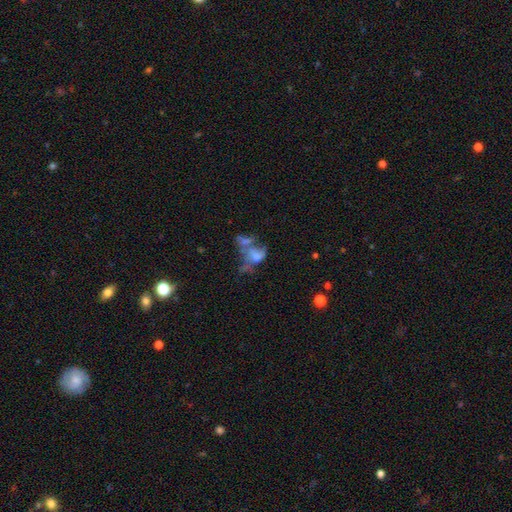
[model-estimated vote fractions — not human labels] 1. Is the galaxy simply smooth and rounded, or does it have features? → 43% featured or disk, 42% smooth, 15% star or artifact.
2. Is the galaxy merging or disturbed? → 49% merger, 27% major disturbance, 15% none, 10% minor disturbance.